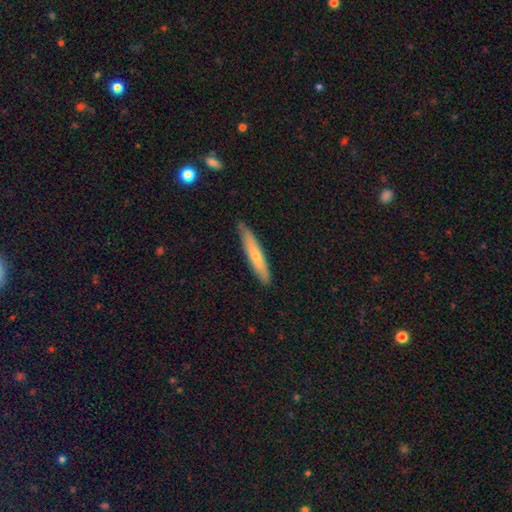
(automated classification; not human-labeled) Smooth or featured? Predicted: smooth (p=0.58). How rounded? Predicted: cigar-shaped (p=0.92). Merging? Predicted: none (p=0.84).